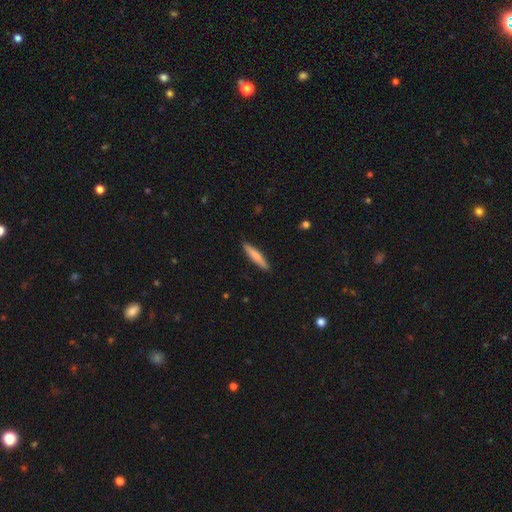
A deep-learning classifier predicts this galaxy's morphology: This appears to be a smooth galaxy with no disk features (74%) that is cigar-shaped (92%). Merging: none (90%).